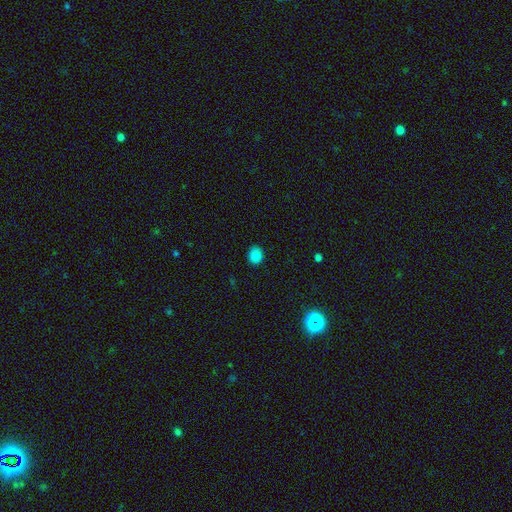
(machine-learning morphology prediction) Smooth or featured? smooth (84%)
How rounded? round (65%)
Merging? none (89%)